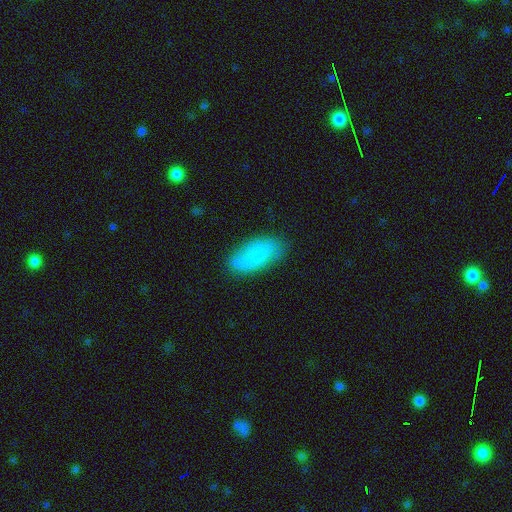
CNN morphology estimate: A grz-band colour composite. It shows a smooth galaxy with no disk features (79%) that is in between round and cigar-shaped (85%). Merging: none (78%).